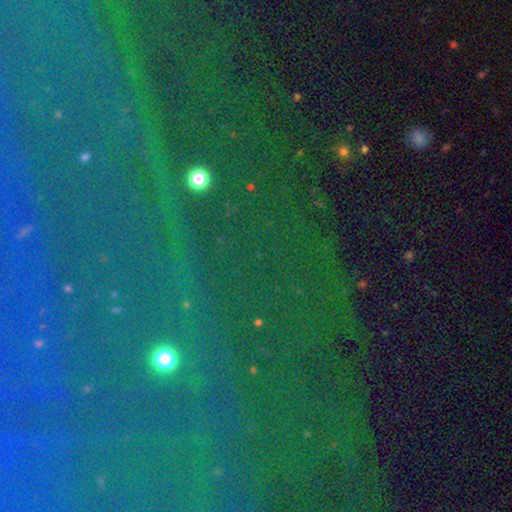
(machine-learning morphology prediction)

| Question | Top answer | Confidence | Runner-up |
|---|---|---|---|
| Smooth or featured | star or artifact | 80% | smooth (10%) |